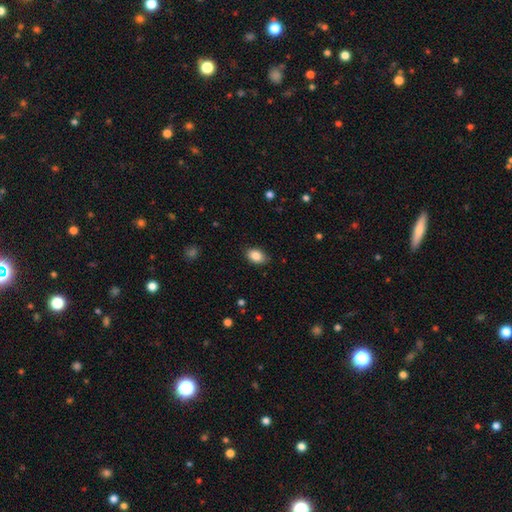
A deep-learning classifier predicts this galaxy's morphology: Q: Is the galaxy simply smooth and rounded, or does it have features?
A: smooth — 86%.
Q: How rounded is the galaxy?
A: in between — 85%.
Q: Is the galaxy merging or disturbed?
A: none — 83%.